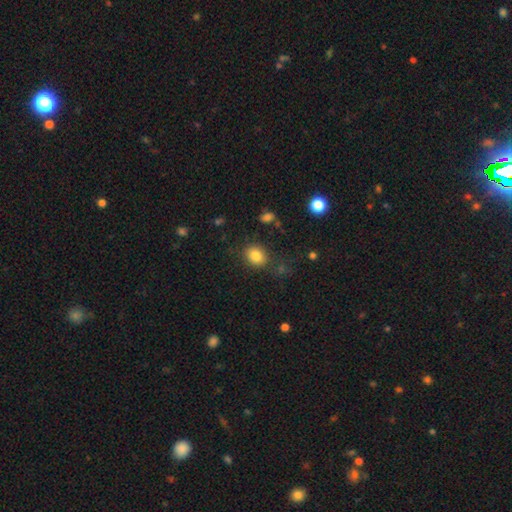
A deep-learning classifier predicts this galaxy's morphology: Q: Smooth or featured?
A: smooth (83%); runner-up: star or artifact (11%)
Q: How rounded?
A: round (52%); runner-up: in between (47%)
Q: Merging?
A: none (80%); runner-up: minor disturbance (12%)